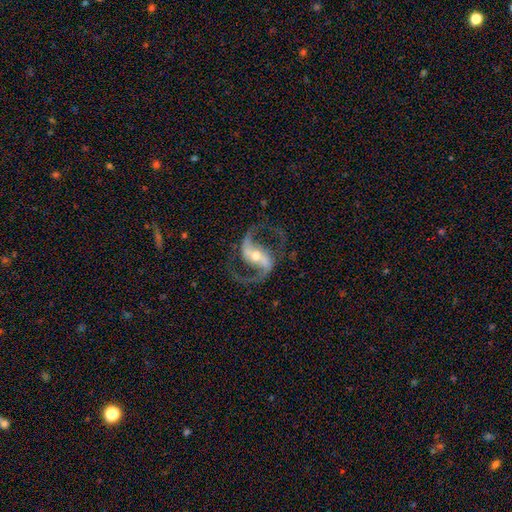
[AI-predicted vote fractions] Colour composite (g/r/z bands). It shows a featured or disk galaxy (93%) with a strong bar (55%), 2 (95%) medium (55%) spiral arms (98%) and a moderate central bulge (51%). Merging: none (81%).